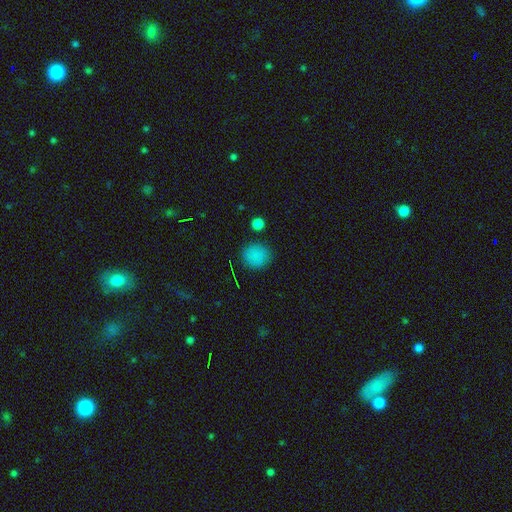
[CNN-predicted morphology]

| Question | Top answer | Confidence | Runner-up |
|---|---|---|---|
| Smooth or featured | smooth | 83% | star or artifact (13%) |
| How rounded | round | 85% | in between (14%) |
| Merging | none | 85% | minor disturbance (10%) |